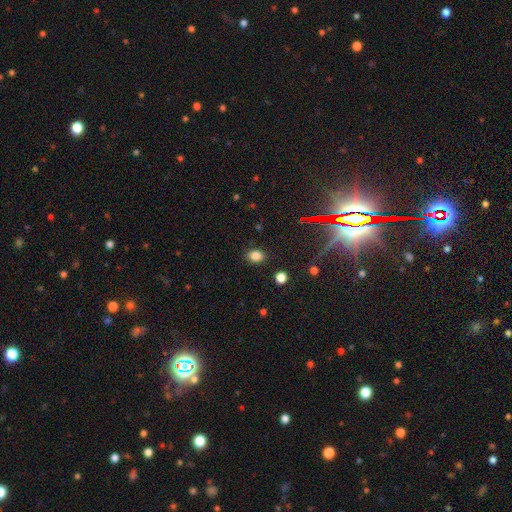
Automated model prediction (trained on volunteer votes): Smooth or featured: smooth — 81% (star or artifact — 13%)
How rounded: in between — 65% (round — 34%)
Merging: none — 86% (minor disturbance — 9%)